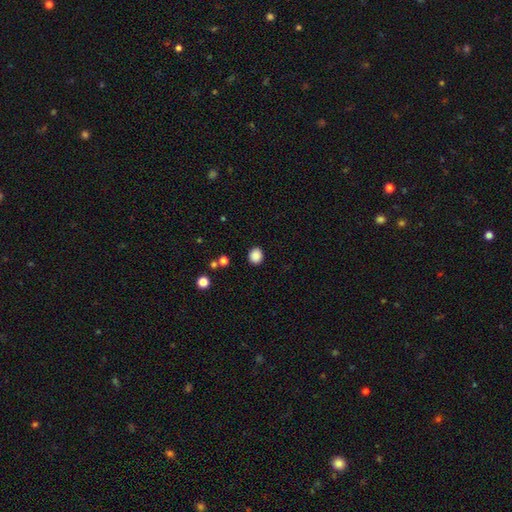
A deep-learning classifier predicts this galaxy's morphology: This is clearly a smooth galaxy (87%). How rounded: likely round (74%). Merging: clearly none (88%).